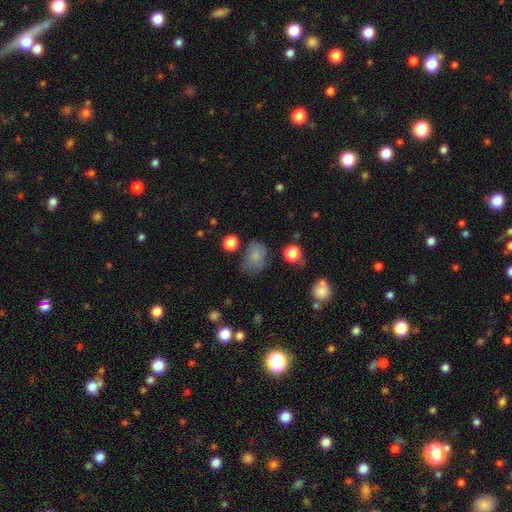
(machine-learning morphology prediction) Smooth or featured? smooth (76%)
How rounded? in between (71%)
Merging? none (53%)